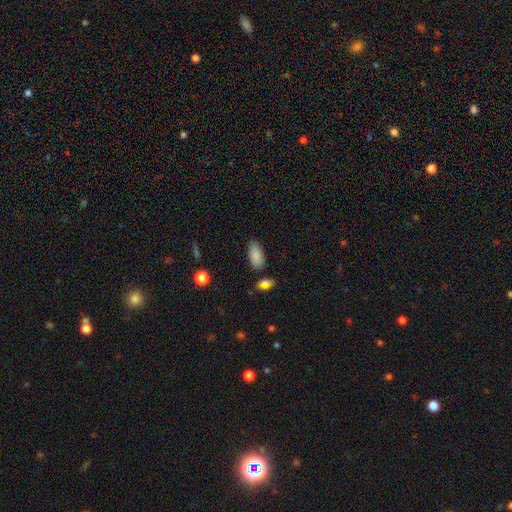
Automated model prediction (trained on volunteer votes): Smooth or featured?
  - smooth: 86% *
  - star or artifact: 8%
  - featured or disk: 6%
How rounded?
  - in between: 90% *
  - cigar-shaped: 7%
  - round: 3%
Merging?
  - none: 77% *
  - minor disturbance: 16%
  - merger: 4%
  - major disturbance: 3%